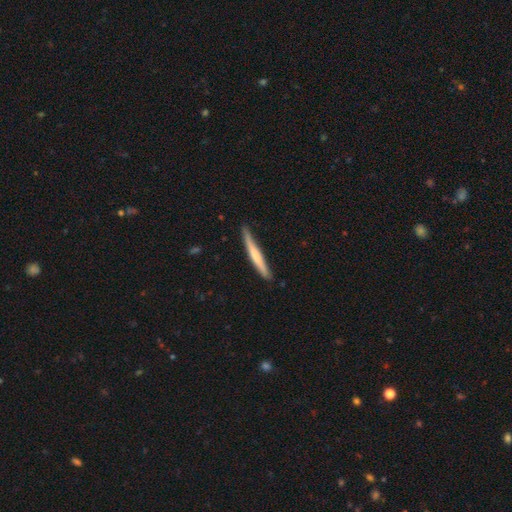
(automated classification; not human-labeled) This appears to be a smooth galaxy with no disk features (57%) that is cigar-shaped (96%). Merging: none (81%).